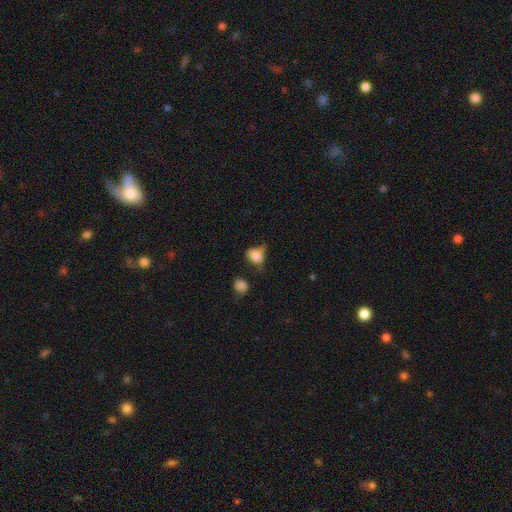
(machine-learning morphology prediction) A smooth galaxy with no disk features (75%) that is in between round and cigar-shaped (57%). Merging: none (36%).